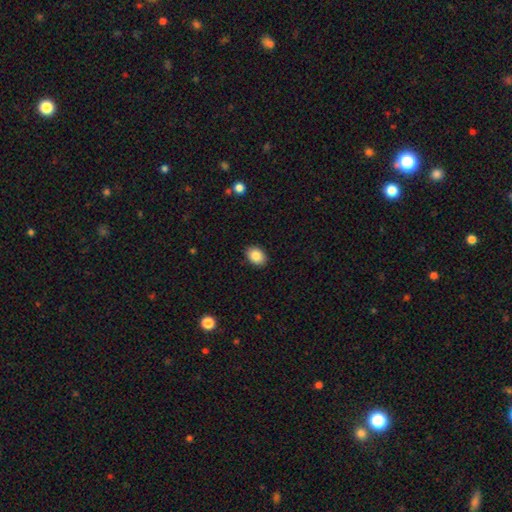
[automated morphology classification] smooth 86%, star or artifact 8%, featured or disk 6%. Down the decision tree: how rounded — in between (73%); merging — none (89%).